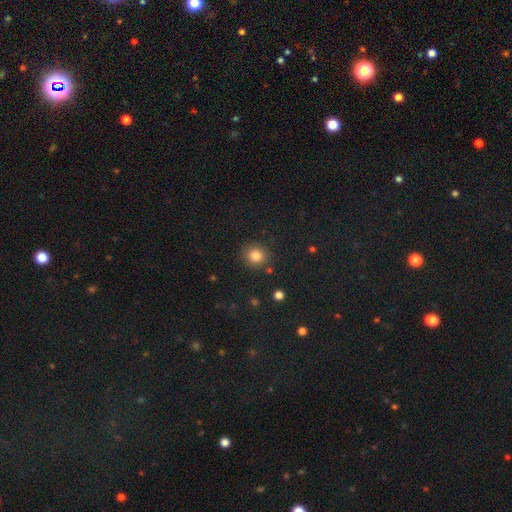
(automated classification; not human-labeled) Morphology: type=smooth (84%); roundness=round (89%); merging=none (85%).